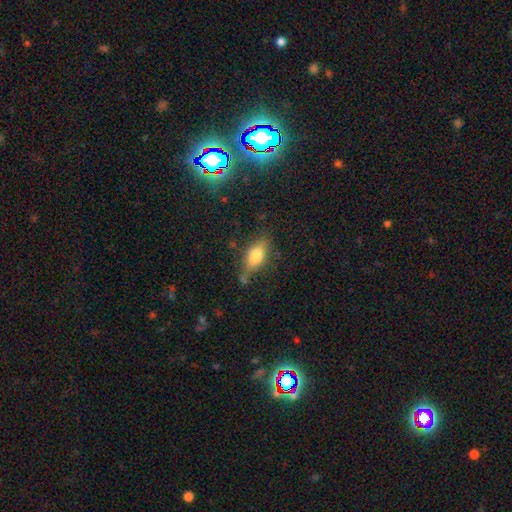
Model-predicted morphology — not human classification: This appears to be a smooth galaxy with no disk features (68%) that is in between round and cigar-shaped (75%). Merging: none (68%).